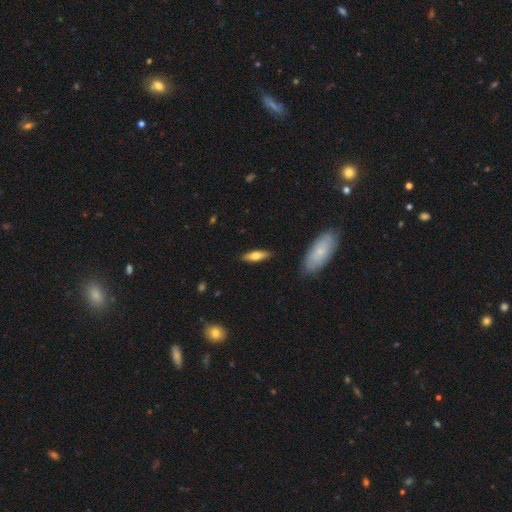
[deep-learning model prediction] Smooth or featured? smooth (58%)
How rounded? cigar-shaped (59%)
Merging? none (87%)